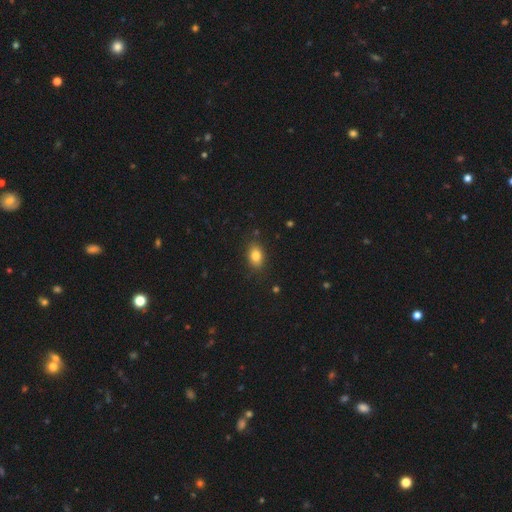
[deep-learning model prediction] smooth 83%, star or artifact 10%, featured or disk 7%. Down the decision tree: how rounded — in between (83%); merging — none (86%).